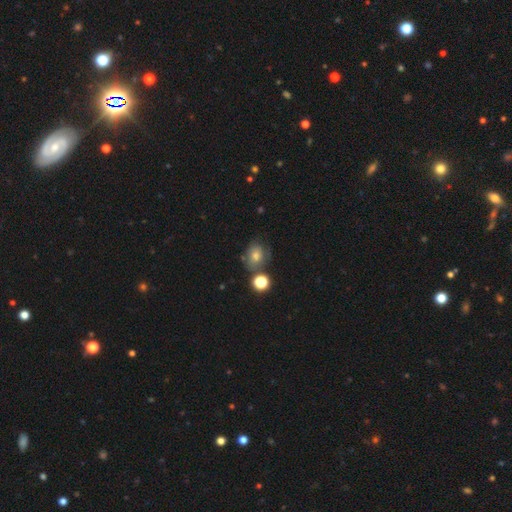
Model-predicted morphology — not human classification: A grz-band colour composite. It shows a smooth galaxy with no disk features (60%) that is round (61%). Merging: none (61%).